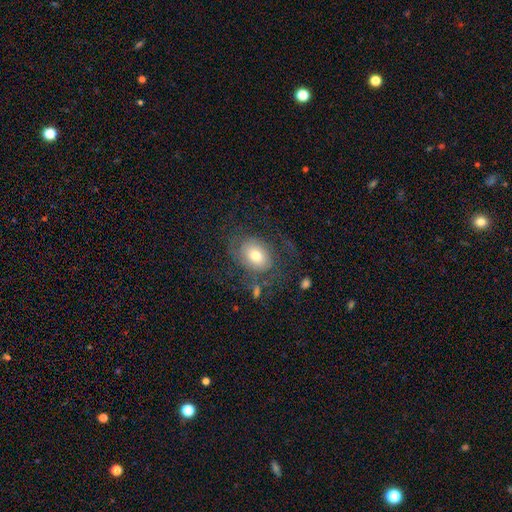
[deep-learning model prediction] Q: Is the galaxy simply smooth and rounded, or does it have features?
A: smooth — 51%.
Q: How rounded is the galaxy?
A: in between — 67%.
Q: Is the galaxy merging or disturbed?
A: none — 56%.